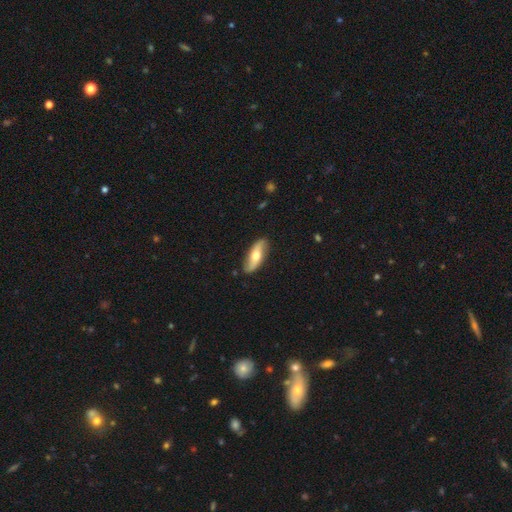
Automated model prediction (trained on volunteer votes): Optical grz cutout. It shows a featured or disk galaxy (55%). Merging: none (85%).